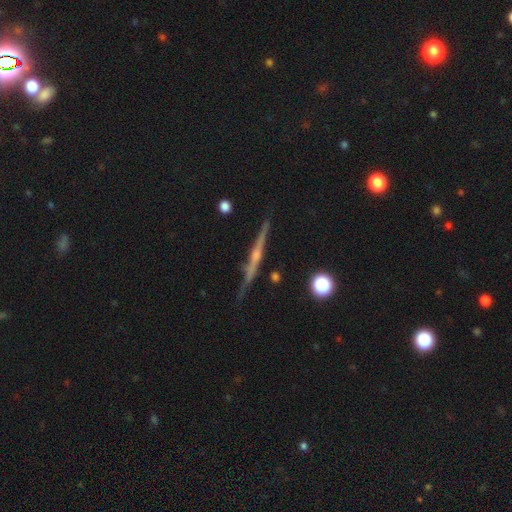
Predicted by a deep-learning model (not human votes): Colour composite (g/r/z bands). It shows a featured or disk galaxy (79%) viewed edge-on (98%) with a rounded central bulge (66%). Merging: none (84%).